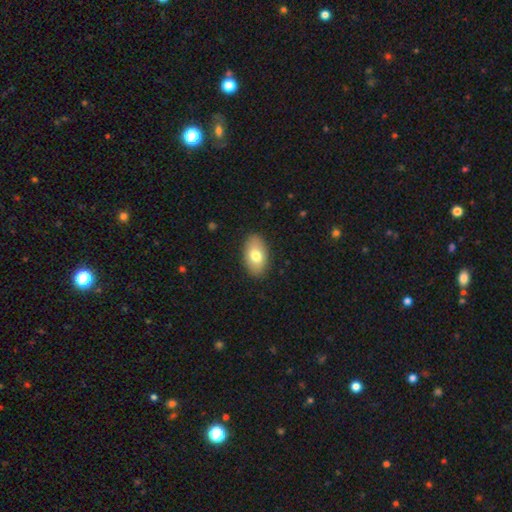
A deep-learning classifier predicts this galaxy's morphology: type=smooth (75%); roundness=in between (93%); merging=none (87%).